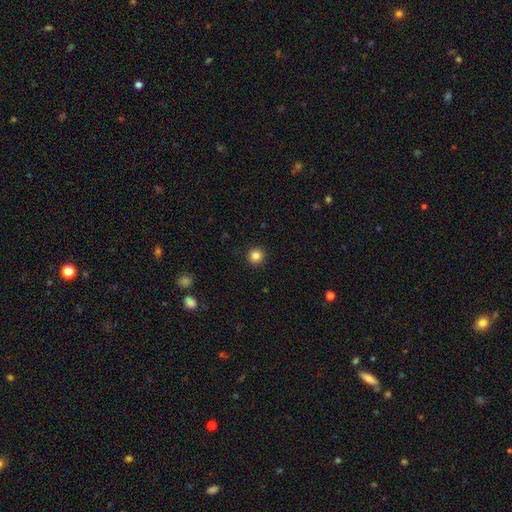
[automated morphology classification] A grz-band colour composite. It shows a smooth galaxy with no disk features (85%) that is round (95%). Merging: none (93%).